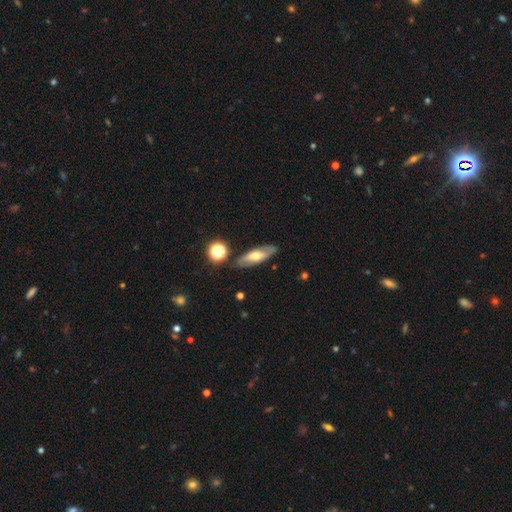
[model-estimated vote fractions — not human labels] Morphology: type=featured or disk (51%); edge-on=no (64%); merging=none (82%).